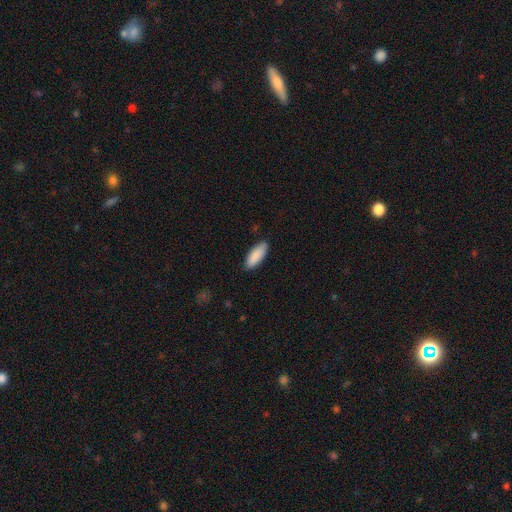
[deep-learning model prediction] A smooth galaxy with no disk features (90%) that is in between round and cigar-shaped (72%). Merging: none (88%).